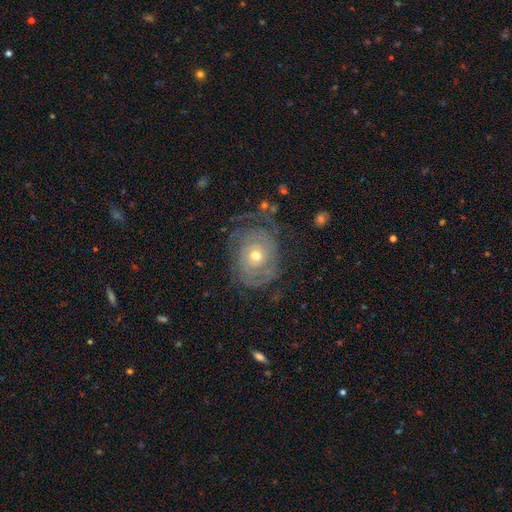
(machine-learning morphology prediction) featured or disk 76%, smooth 15%, star or artifact 9%. Down the decision tree: edge-on disk — no (96%); bar — no (82%); spiral arms — yes (85%); spiral arm count — can't tell (47%); spiral winding — tight (71%); bulge size — moderate (56%); merging — none (64%).